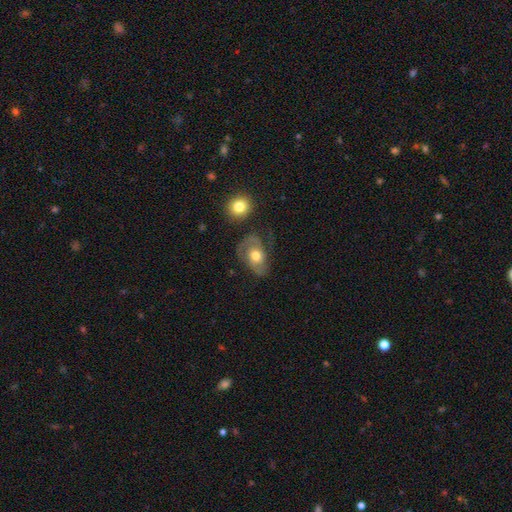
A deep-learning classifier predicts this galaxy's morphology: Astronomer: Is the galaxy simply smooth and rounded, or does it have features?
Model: featured or disk — 54% (runner-up: smooth, 38%).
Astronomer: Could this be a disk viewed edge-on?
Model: no — 95%.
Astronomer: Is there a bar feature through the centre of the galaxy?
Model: no — 81%.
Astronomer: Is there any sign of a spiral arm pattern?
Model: yes — 76%.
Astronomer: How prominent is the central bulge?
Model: moderate — 72%.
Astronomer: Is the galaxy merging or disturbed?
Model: none — 52%.